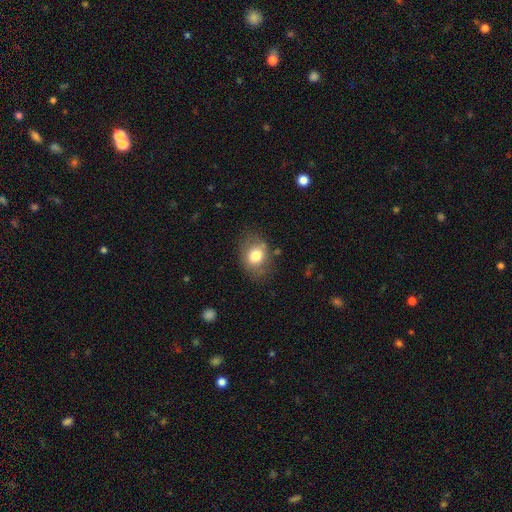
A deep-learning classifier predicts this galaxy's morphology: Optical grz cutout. It shows a smooth galaxy with no disk features (76%) that is in between round and cigar-shaped (57%). Merging: none (71%).